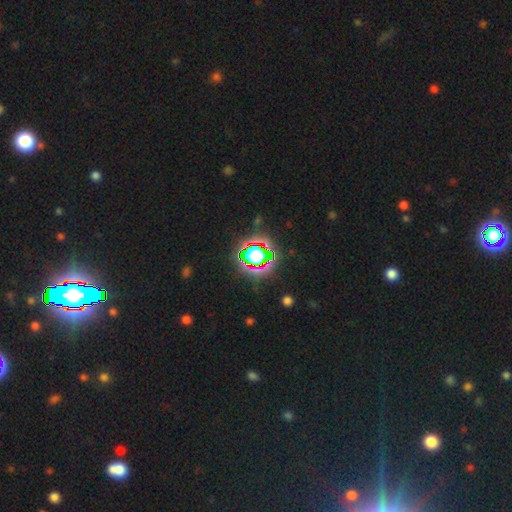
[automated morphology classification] smooth_or_featured: star or artifact (p=0.67) [alt: smooth p=0.20]